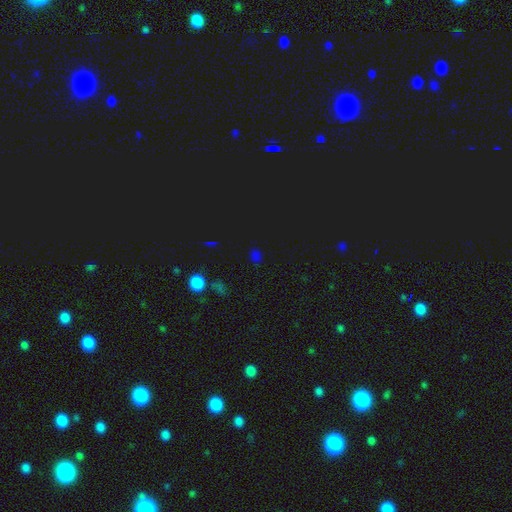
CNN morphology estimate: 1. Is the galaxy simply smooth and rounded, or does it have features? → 57% star or artifact, 37% smooth, 6% featured or disk.